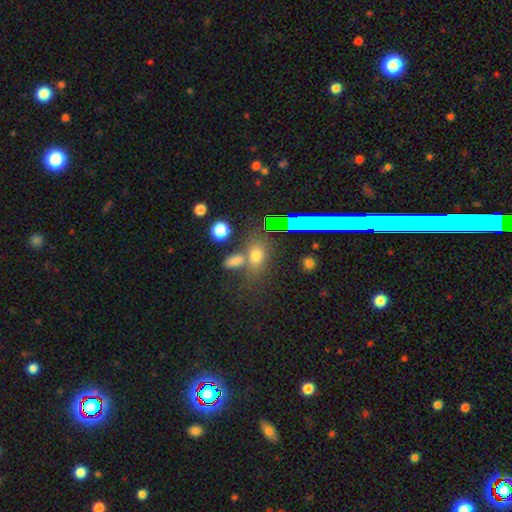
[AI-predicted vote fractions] Smooth or featured?
  - smooth: 68% *
  - star or artifact: 19%
  - featured or disk: 13%
How rounded?
  - in between: 70% *
  - round: 22%
  - cigar-shaped: 8%
Merging?
  - none: 65% *
  - merger: 16%
  - minor disturbance: 14%
  - major disturbance: 6%